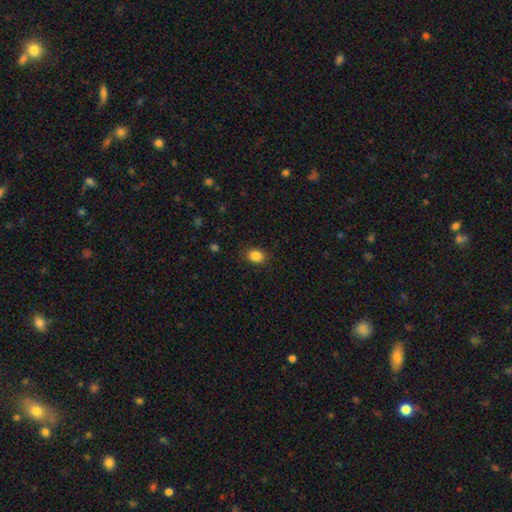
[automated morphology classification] Q: Smooth or featured?
A: smooth (86%); runner-up: star or artifact (10%)
Q: How rounded?
A: in between (58%); runner-up: round (41%)
Q: Merging?
A: none (88%); runner-up: minor disturbance (9%)